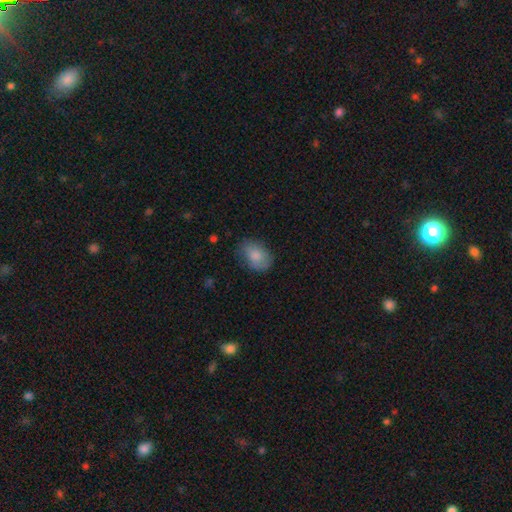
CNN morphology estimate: Smooth or featured: smooth — 80% (featured or disk — 13%)
How rounded: in between — 79% (round — 20%)
Merging: none — 72% (minor disturbance — 22%)